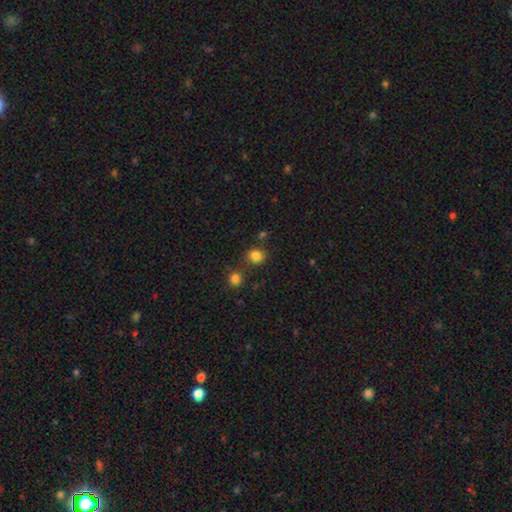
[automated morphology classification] Overall: smooth (82%). How rounded: round (76%). Merging: none (74%).